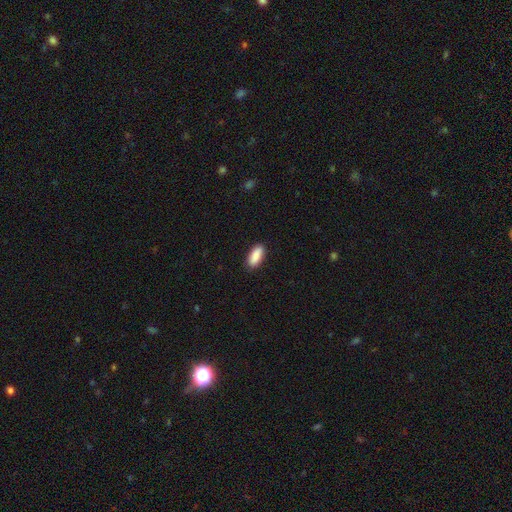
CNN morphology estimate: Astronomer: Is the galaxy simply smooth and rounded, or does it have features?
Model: smooth — 90%.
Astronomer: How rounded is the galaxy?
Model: in between — 82%.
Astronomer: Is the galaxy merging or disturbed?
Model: none — 89%.